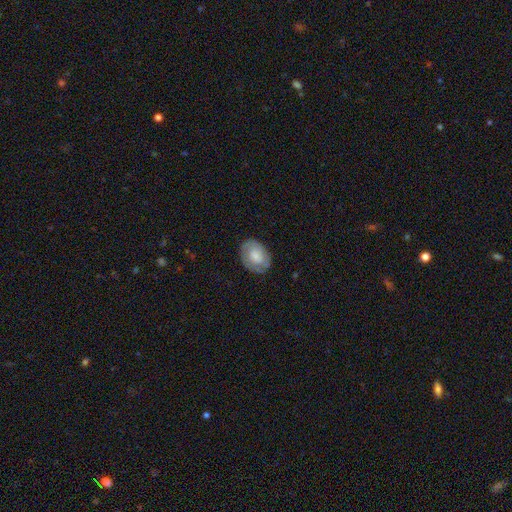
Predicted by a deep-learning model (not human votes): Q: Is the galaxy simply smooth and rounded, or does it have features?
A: smooth — 57%.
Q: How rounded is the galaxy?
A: in between — 75%.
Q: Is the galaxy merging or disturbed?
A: none — 77%.